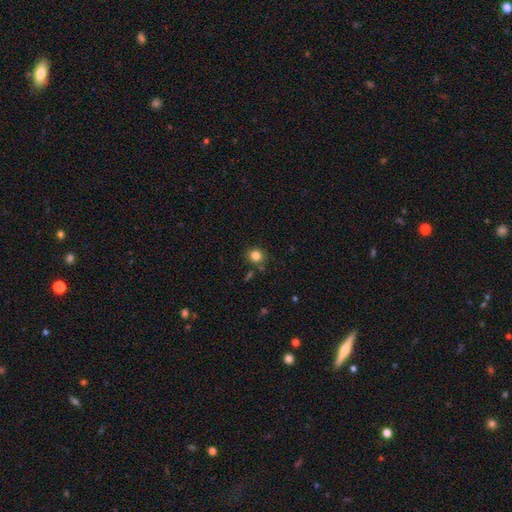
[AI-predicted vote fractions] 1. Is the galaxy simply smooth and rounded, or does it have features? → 83% smooth, 12% star or artifact, 5% featured or disk.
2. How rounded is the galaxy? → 84% round, 15% in between, 1% cigar-shaped.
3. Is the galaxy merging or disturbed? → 81% none, 11% minor disturbance, 6% merger, 3% major disturbance.